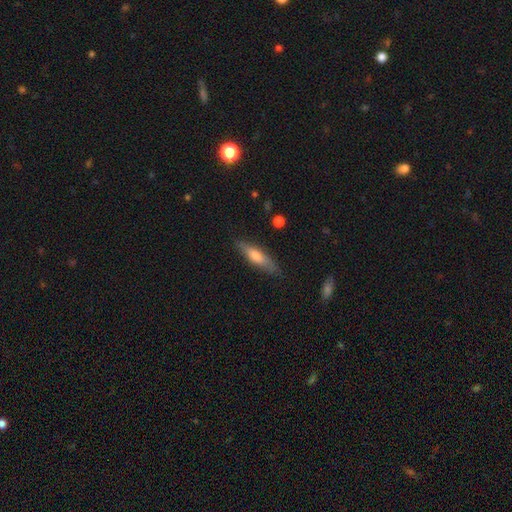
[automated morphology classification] This appears to be a smooth galaxy with no disk features (54%) that is cigar-shaped (73%). Merging: none (83%).